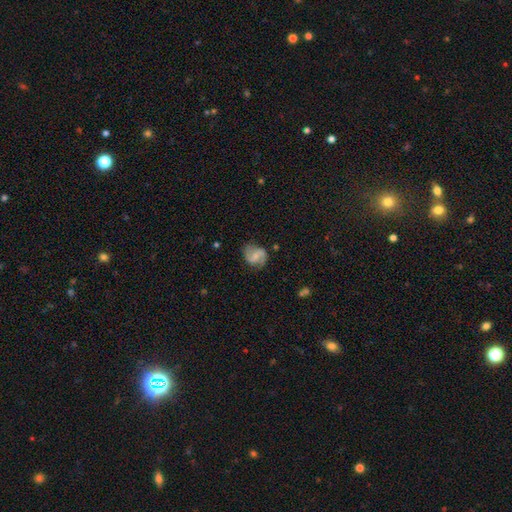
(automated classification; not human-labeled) Overall: featured or disk (78%). Edge-on disk: no (98%). Bar: weak (50%; no 33%). Spiral arms: yes (95%). Spiral arm count: 2 (91%). Spiral winding: medium (52%; loose 30%). Bulge size: small (50%; moderate 30%). Merging: none (76%).